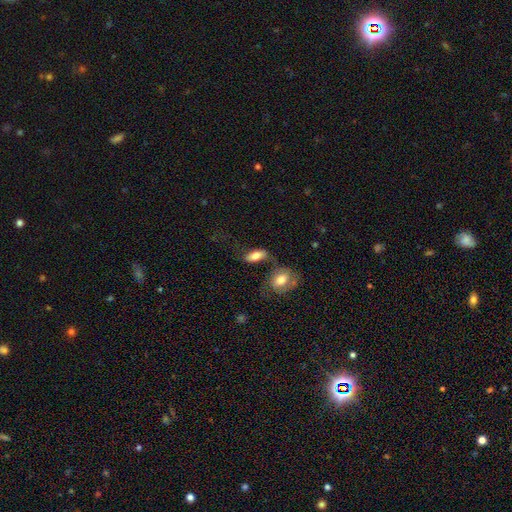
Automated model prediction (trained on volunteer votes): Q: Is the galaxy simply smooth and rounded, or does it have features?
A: smooth — 74%.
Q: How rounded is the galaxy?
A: in between — 81%.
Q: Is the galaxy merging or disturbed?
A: none — 44%.